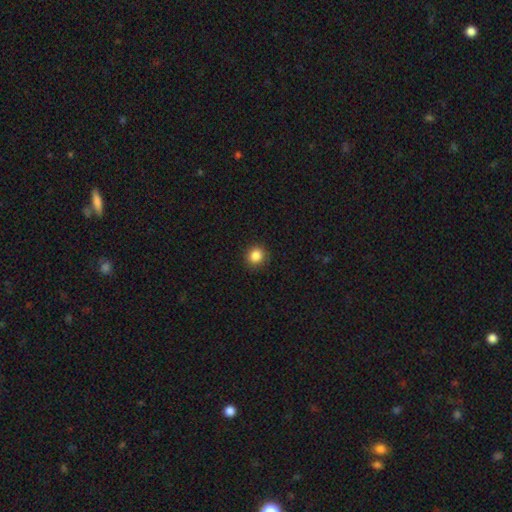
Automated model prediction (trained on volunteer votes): The model was most divided on "how rounded": round: 87%, in between: 12%, cigar-shaped: 1%. More confident: merging — none (91%); smooth or featured — smooth (86%).